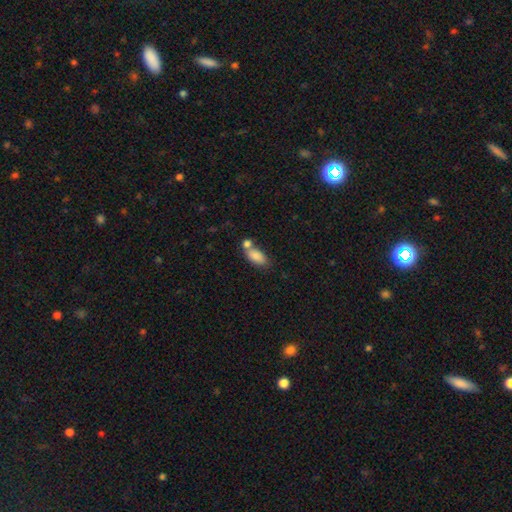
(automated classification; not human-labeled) A smooth galaxy with no disk features (84%) that is in between round and cigar-shaped (90%). Merging: none (44%).